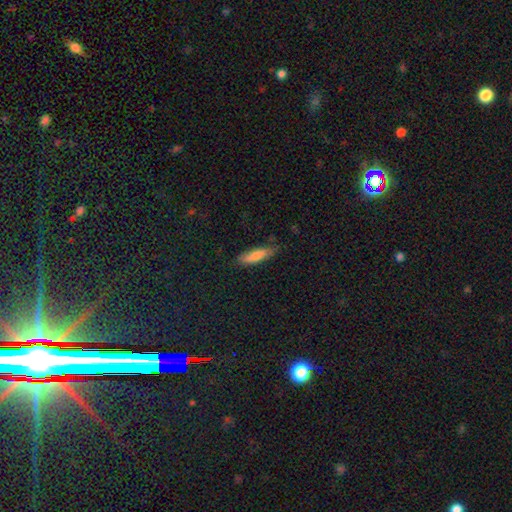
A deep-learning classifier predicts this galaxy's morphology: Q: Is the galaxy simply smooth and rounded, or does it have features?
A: smooth — 81%.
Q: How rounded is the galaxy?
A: cigar-shaped — 64%.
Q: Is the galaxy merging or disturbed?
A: none — 74%.